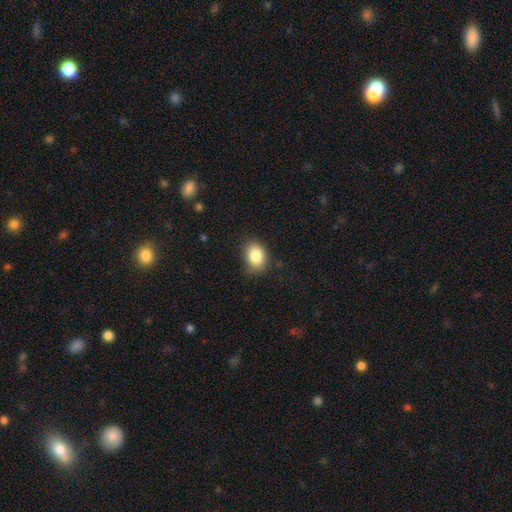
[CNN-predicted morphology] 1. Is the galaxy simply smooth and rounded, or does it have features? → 84% smooth, 9% star or artifact, 7% featured or disk.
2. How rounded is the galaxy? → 69% in between, 31% round, 1% cigar-shaped.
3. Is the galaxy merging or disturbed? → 79% none, 16% minor disturbance, 3% major disturbance, 1% merger.